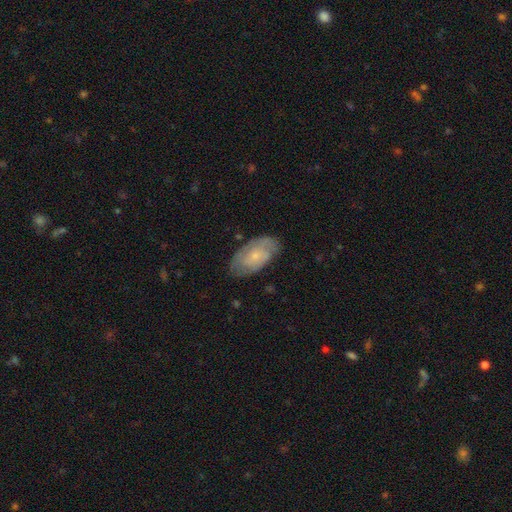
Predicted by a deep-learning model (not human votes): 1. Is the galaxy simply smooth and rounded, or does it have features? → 51% featured or disk, 42% smooth, 6% star or artifact.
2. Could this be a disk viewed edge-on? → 93% no, 7% yes.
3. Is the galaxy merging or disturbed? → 71% none, 22% minor disturbance, 6% major disturbance, 1% merger.